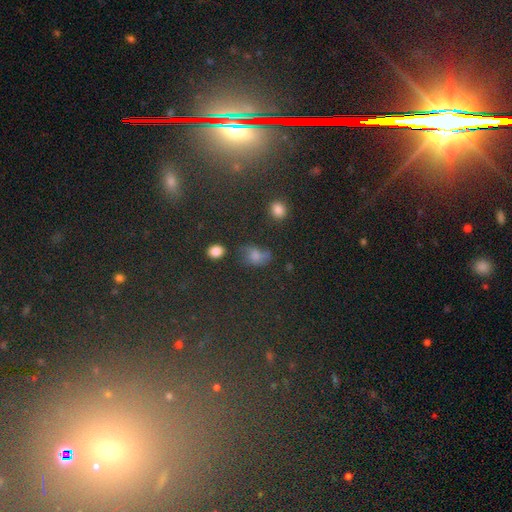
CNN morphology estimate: Smooth or featured?
  - smooth: 63% *
  - star or artifact: 21%
  - featured or disk: 16%
How rounded?
  - in between: 68% *
  - round: 29%
  - cigar-shaped: 3%
Merging?
  - none: 45% *
  - minor disturbance: 26%
  - major disturbance: 20%
  - merger: 9%